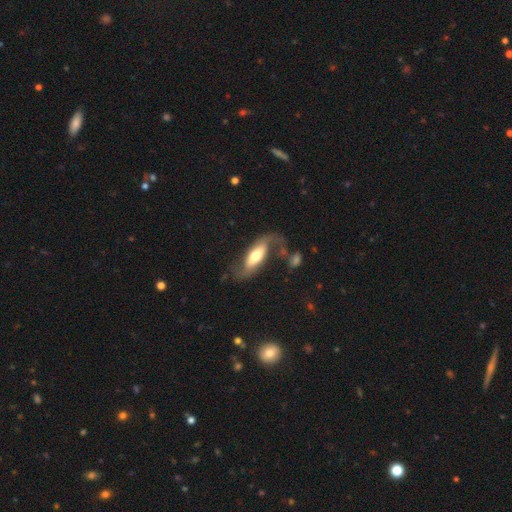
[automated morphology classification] The model was most divided on "merging": none: 43%, major disturbance: 27%, minor disturbance: 21%, merger: 9%. More confident: edge-on disk — no (78%); smooth or featured — featured or disk (57%).